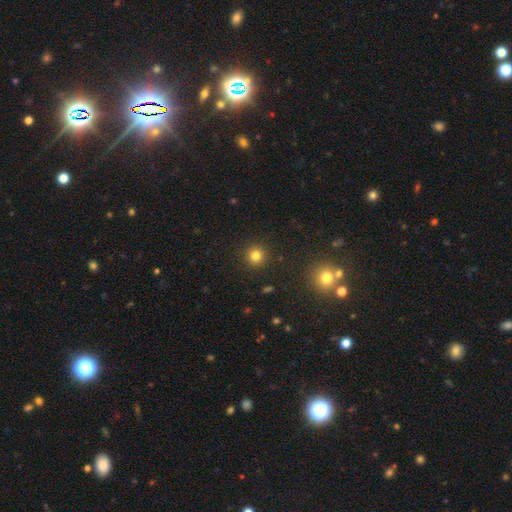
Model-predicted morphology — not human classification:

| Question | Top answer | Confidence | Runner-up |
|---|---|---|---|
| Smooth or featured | smooth | 81% | star or artifact (14%) |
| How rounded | round | 94% | in between (5%) |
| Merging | none | 91% | minor disturbance (5%) |